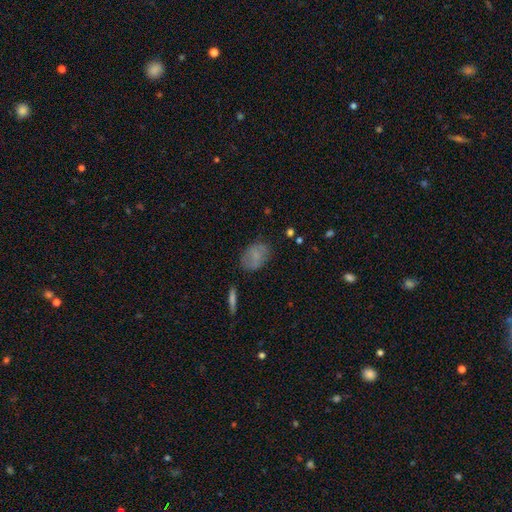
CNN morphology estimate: Q: Smooth or featured?
A: smooth (70%); runner-up: featured or disk (20%)
Q: How rounded?
A: in between (79%); runner-up: round (19%)
Q: Merging?
A: none (72%); runner-up: minor disturbance (20%)